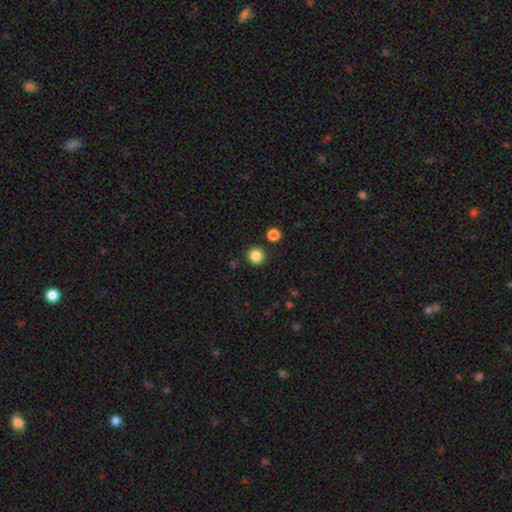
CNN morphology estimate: Q: Smooth or featured?
A: smooth (85%); runner-up: star or artifact (11%)
Q: How rounded?
A: round (95%); runner-up: in between (4%)
Q: Merging?
A: none (90%); runner-up: minor disturbance (5%)